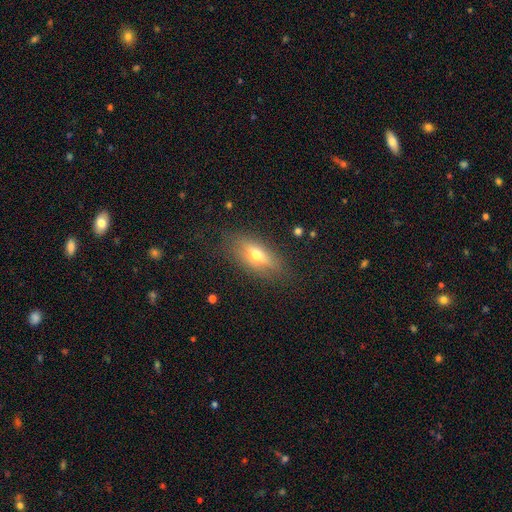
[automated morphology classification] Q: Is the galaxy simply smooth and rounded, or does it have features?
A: smooth — 53%.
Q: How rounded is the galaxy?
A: in between — 68%.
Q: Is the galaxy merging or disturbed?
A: none — 79%.